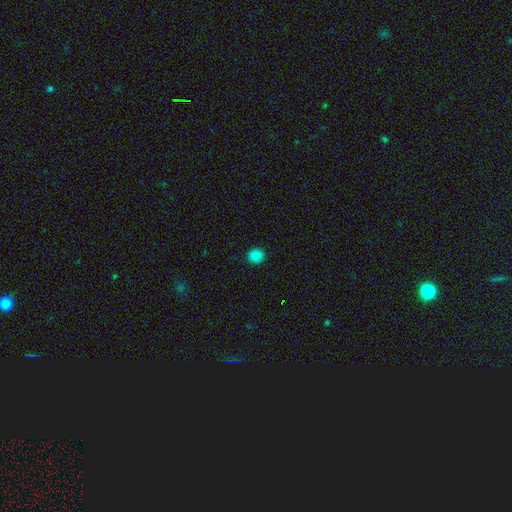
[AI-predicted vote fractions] This is clearly a smooth galaxy (85%). How rounded: clearly round (86%). Merging: clearly none (91%).